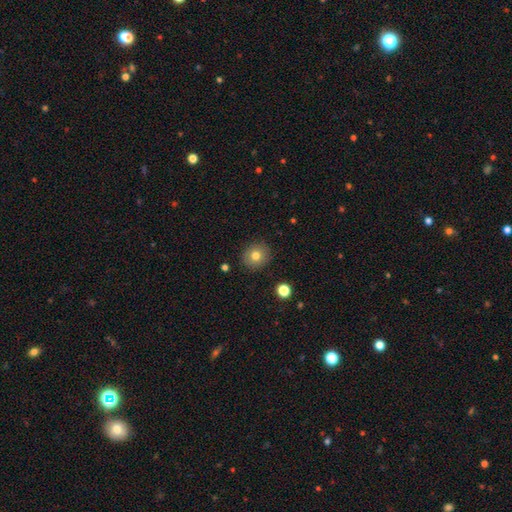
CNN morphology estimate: Q: Smooth or featured?
A: smooth (77%); runner-up: featured or disk (12%)
Q: How rounded?
A: round (84%); runner-up: in between (15%)
Q: Merging?
A: none (89%); runner-up: minor disturbance (8%)